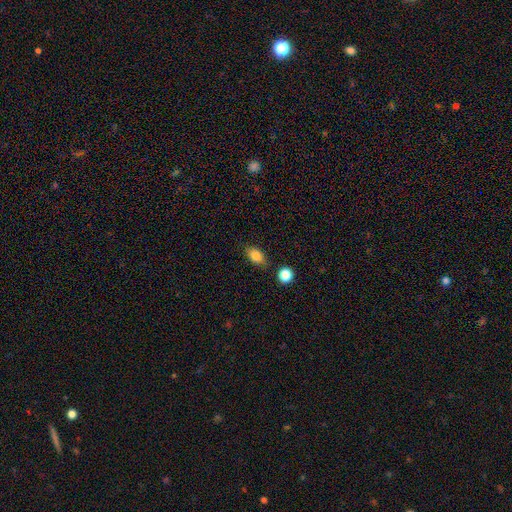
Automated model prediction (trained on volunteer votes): A smooth galaxy with no disk features (83%) that is in between round and cigar-shaped (81%).

Vote fractions:
- Smooth or featured? smooth: 83% / star or artifact: 9% / featured or disk: 7%
- How rounded? in between: 81% / round: 16% / cigar-shaped: 3%
- Merging? none: 77% / minor disturbance: 15% / merger: 4% / major disturbance: 4%